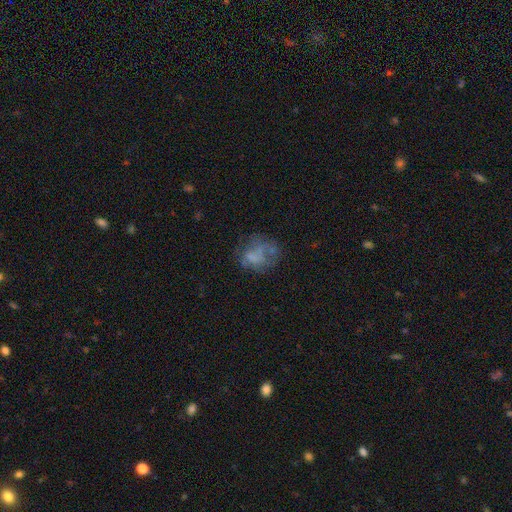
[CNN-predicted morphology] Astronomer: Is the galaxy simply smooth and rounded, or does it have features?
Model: smooth — 44% (runner-up: featured or disk, 42%).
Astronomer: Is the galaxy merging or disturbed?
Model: none — 45% (runner-up: major disturbance, 26%).